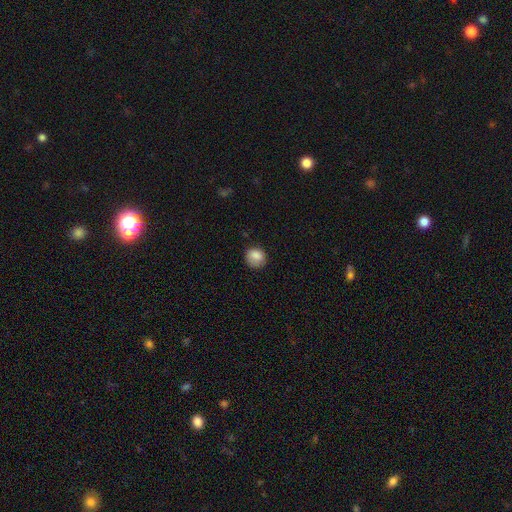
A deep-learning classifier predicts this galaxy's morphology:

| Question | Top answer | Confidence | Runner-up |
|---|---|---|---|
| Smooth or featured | smooth | 85% | star or artifact (9%) |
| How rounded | round | 76% | in between (23%) |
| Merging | none | 76% | minor disturbance (19%) |